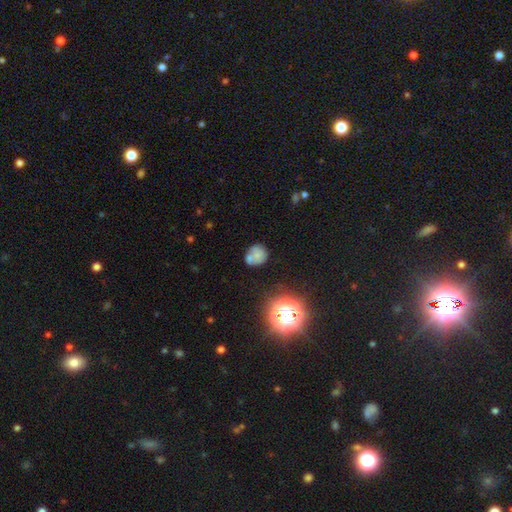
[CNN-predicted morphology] The model was most divided on "merging": none: 49%, merger: 27%, minor disturbance: 17%, major disturbance: 8%. More confident: how rounded — round (79%); smooth or featured — smooth (64%).